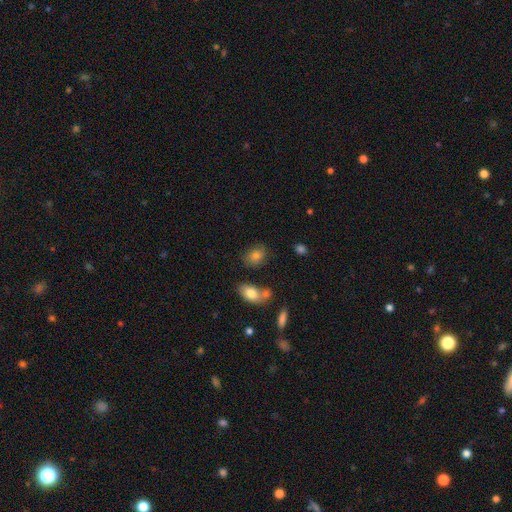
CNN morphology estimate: smooth_or_featured: smooth (p=0.79) [alt: featured or disk p=0.11]
how_rounded: in between (p=0.66) [alt: round p=0.32]
merging: none (p=0.71) [alt: minor disturbance p=0.16]